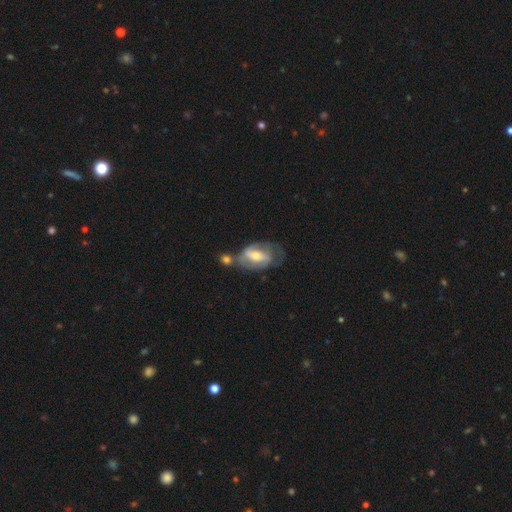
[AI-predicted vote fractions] Smooth or featured? Predicted: featured or disk (p=0.64). Edge-on disk? Predicted: no (p=0.93). Bar? Predicted: weak (p=0.40). Spiral arms? Predicted: yes (p=0.65). Bulge size? Predicted: moderate (p=0.59). Merging? Predicted: merger (p=0.32).